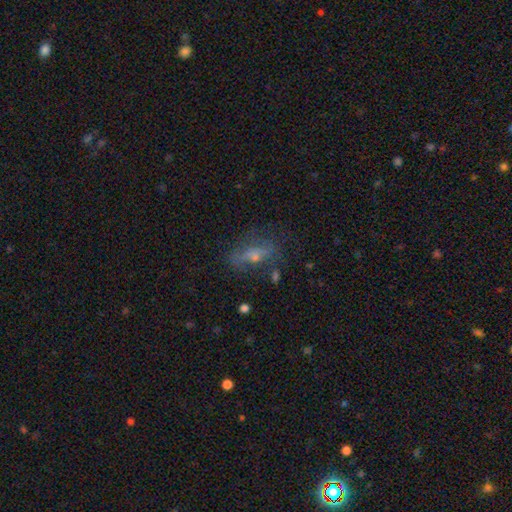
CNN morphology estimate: featured or disk 42%, smooth 40%, star or artifact 18%. Down the decision tree: merging — none (63%).